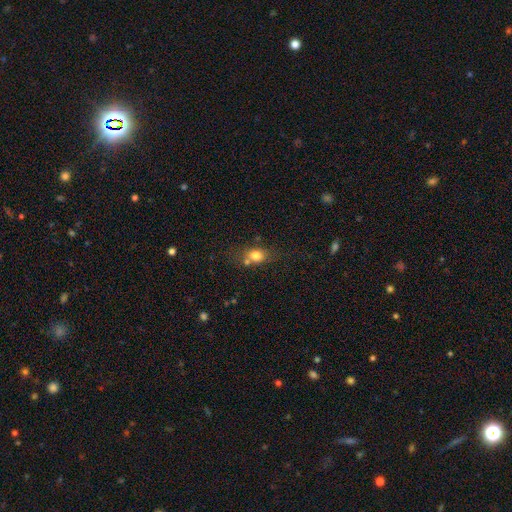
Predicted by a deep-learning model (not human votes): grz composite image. It shows a smooth galaxy with no disk features (76%) that is in between round and cigar-shaped (59%). Merging: none (54%).